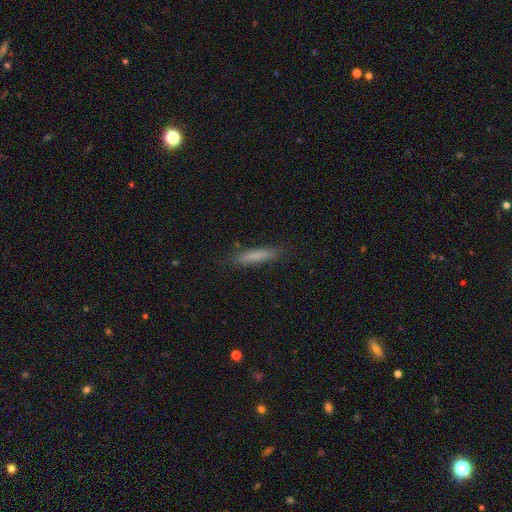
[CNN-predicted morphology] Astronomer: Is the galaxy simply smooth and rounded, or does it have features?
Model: smooth — 78%.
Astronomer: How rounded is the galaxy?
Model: cigar-shaped — 90%.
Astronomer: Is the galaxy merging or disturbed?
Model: none — 86%.